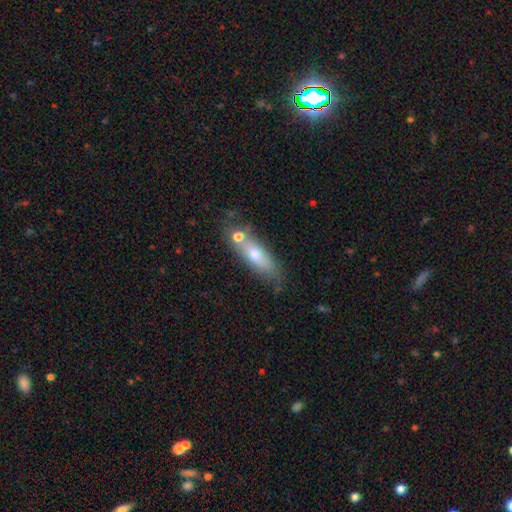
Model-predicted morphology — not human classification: Smooth or featured?
  - smooth: 64% *
  - featured or disk: 29%
  - star or artifact: 7%
How rounded?
  - in between: 50% *
  - cigar-shaped: 46%
  - round: 4%
Merging?
  - none: 52% *
  - merger: 27%
  - minor disturbance: 16%
  - major disturbance: 5%